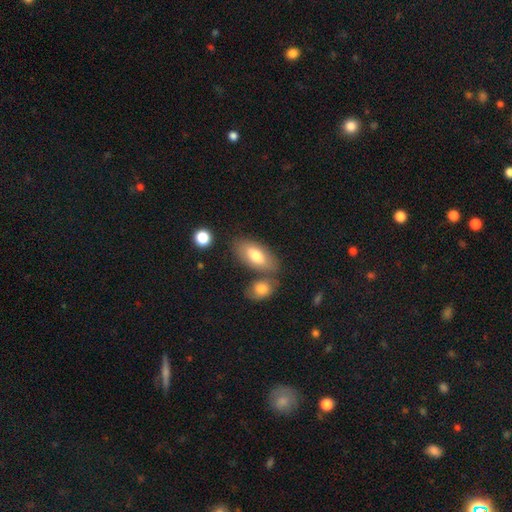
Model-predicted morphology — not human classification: Smooth or featured?
  - smooth: 75% *
  - featured or disk: 18%
  - star or artifact: 6%
How rounded?
  - in between: 88% *
  - cigar-shaped: 8%
  - round: 3%
Merging?
  - none: 62% *
  - merger: 20%
  - minor disturbance: 13%
  - major disturbance: 4%